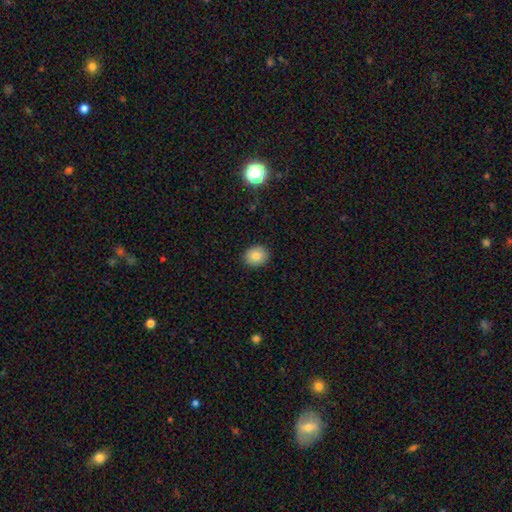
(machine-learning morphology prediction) A smooth galaxy with no disk features (83%) that is round (72%). Merging: none (90%).